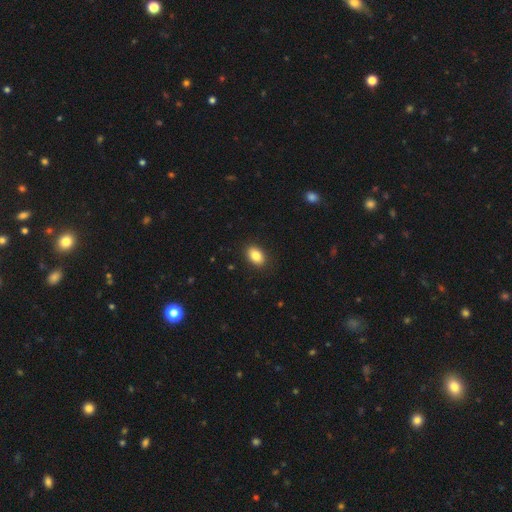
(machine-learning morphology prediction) Q: Smooth or featured?
A: smooth (86%); runner-up: star or artifact (8%)
Q: How rounded?
A: in between (87%); runner-up: round (12%)
Q: Merging?
A: none (89%); runner-up: minor disturbance (8%)